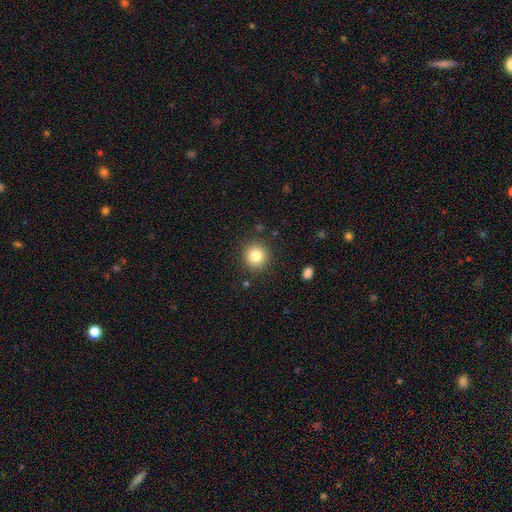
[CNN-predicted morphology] type=smooth (82%); roundness=round (93%); merging=none (90%).